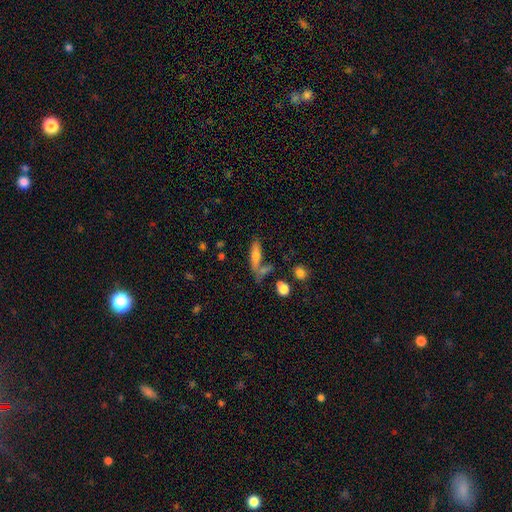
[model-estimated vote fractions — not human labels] Q: Smooth or featured?
A: smooth (67%); runner-up: featured or disk (24%)
Q: How rounded?
A: cigar-shaped (59%); runner-up: in between (39%)
Q: Merging?
A: none (51%); runner-up: merger (25%)